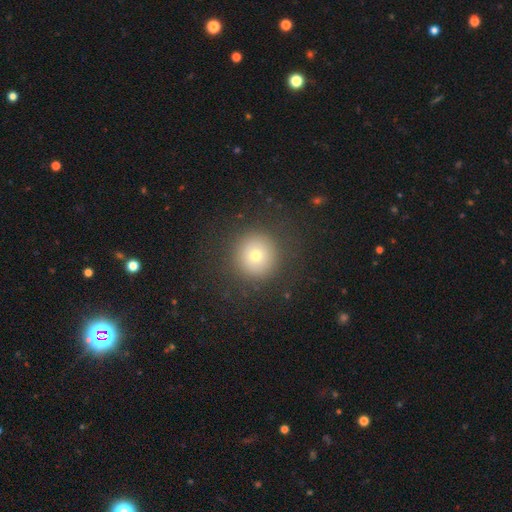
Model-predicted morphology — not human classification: smooth-or-featured: smooth: 71% | star or artifact: 15% | featured or disk: 14%
  how-rounded: round: 95% | in between: 4% | cigar-shaped: 1%
  merging: none: 88% | minor disturbance: 7% | major disturbance: 4% | merger: 1%